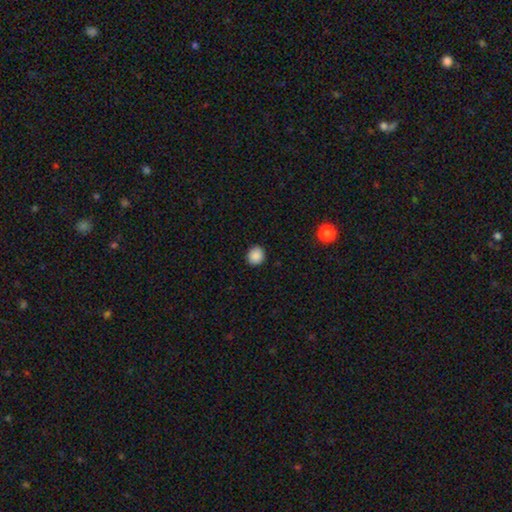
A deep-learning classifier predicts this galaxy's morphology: Q: Smooth or featured?
A: smooth (88%); runner-up: star or artifact (9%)
Q: How rounded?
A: round (84%); runner-up: in between (15%)
Q: Merging?
A: none (91%); runner-up: minor disturbance (6%)